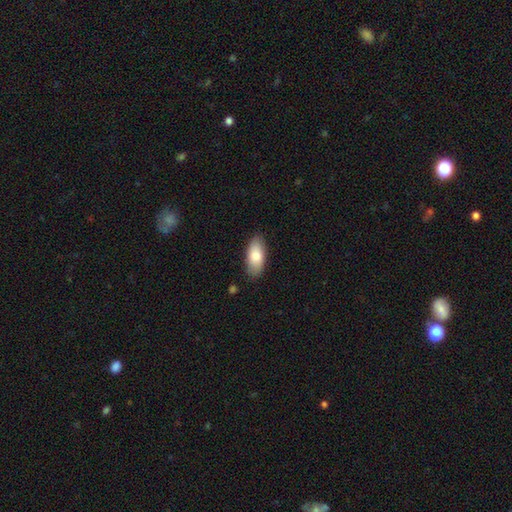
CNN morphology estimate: smooth_or_featured: smooth (p=0.82) [alt: featured or disk p=0.12]
how_rounded: in between (p=0.89) [alt: cigar-shaped p=0.09]
merging: none (p=0.84) [alt: minor disturbance p=0.13]